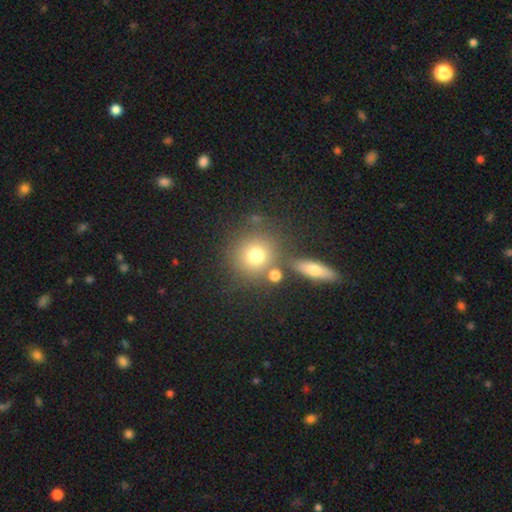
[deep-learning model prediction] A smooth galaxy with no disk features (73%) that is round (89%).

Vote fractions:
- Smooth or featured? smooth: 73% / star or artifact: 14% / featured or disk: 13%
- How rounded? round: 89% / in between: 9% / cigar-shaped: 1%
- Merging? none: 69% / merger: 15% / minor disturbance: 10% / major disturbance: 5%